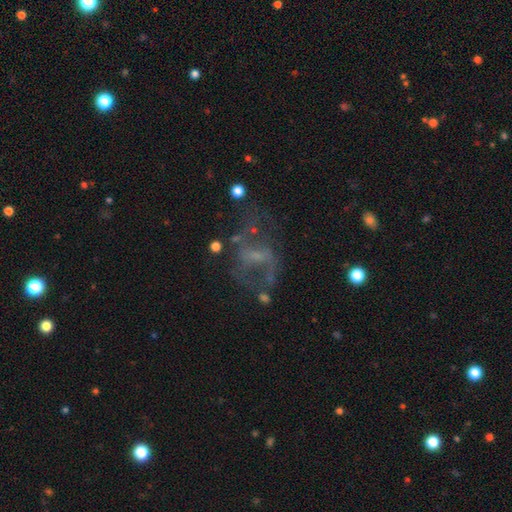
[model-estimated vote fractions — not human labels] Smooth or featured? Predicted: featured or disk (p=0.64). Edge-on disk? Predicted: no (p=0.96). Bar? Predicted: weak (p=0.42). Spiral arms? Predicted: yes (p=0.51). Bulge size? Predicted: small (p=0.41). Merging? Predicted: none (p=0.45).